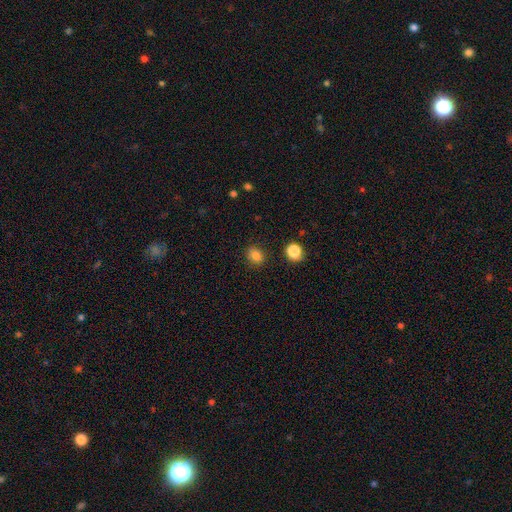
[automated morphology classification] type=smooth (82%); roundness=round (60%); merging=none (87%).